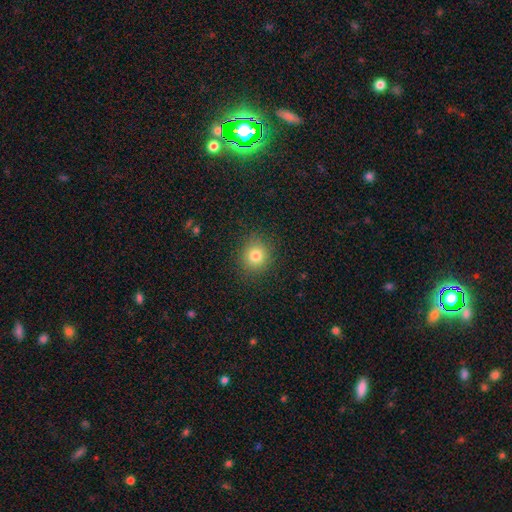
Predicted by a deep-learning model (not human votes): A smooth galaxy with no disk features (79%) that is round (87%). Merging: none (89%).